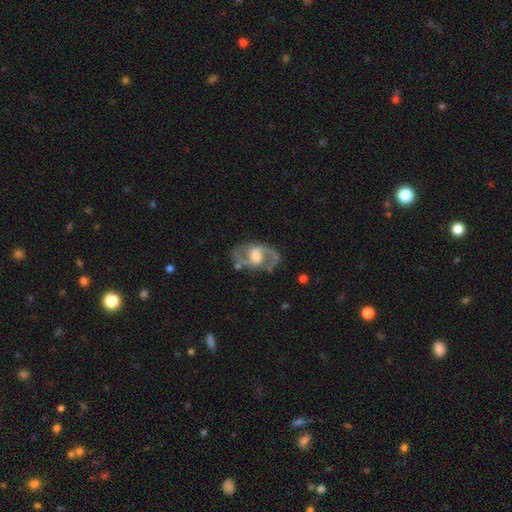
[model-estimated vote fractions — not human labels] featured or disk 85%, smooth 10%, star or artifact 5%. Down the decision tree: edge-on disk — no (96%); bar — weak (43%); spiral arms — yes (88%); spiral arm count — 2 (91%); spiral winding — medium (58%); bulge size — moderate (49%); merging — none (78%).